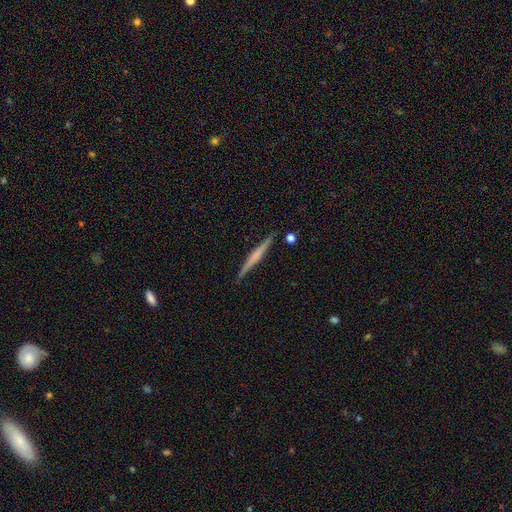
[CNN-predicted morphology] smooth-or-featured: featured or disk: 57% | smooth: 38% | star or artifact: 5%
  disk-edge-on: yes: 98% | no: 2%
    edge-on-bulge: none: 54% | rounded: 29% | boxy: 17%
  merging: none: 89% | minor disturbance: 8% | merger: 2% | major disturbance: 2%